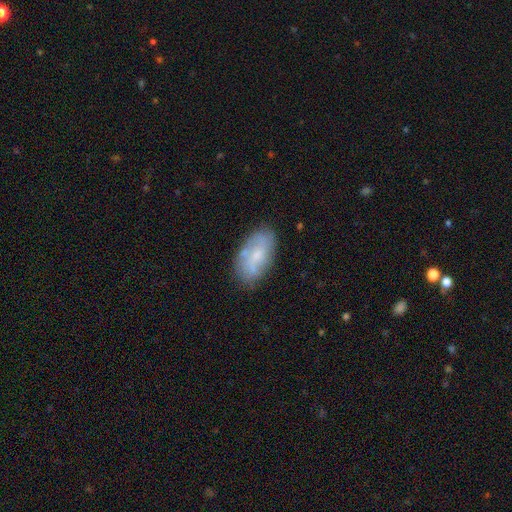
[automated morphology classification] Smooth or featured?
  - smooth: 48% *
  - featured or disk: 44%
  - star or artifact: 8%
Merging?
  - none: 73% *
  - minor disturbance: 19%
  - major disturbance: 5%
  - merger: 3%